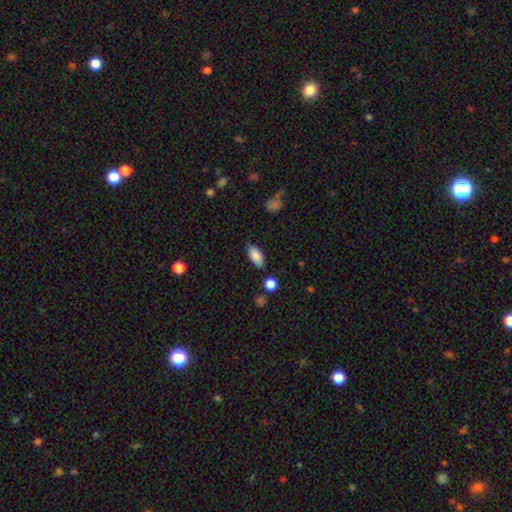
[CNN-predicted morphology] smooth 86%, star or artifact 7%, featured or disk 6%. Down the decision tree: how rounded — in between (91%); merging — none (81%).